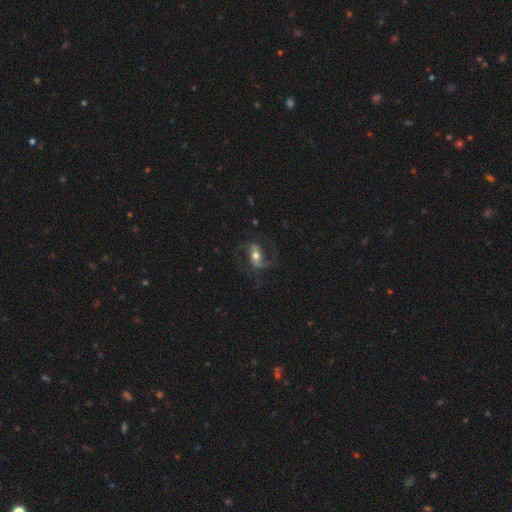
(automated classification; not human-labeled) This is likely a featured or disk galaxy (77%). It is clearly not viewed edge-on (94%). Bar: marginally strong (35%). Spiral arm pattern: clearly yes (91%). Spiral arm count: clearly 2 (87%). Spiral winding: possibly loose (51%). Central bulge: likely moderate (68%). Merging: likely none (66%).